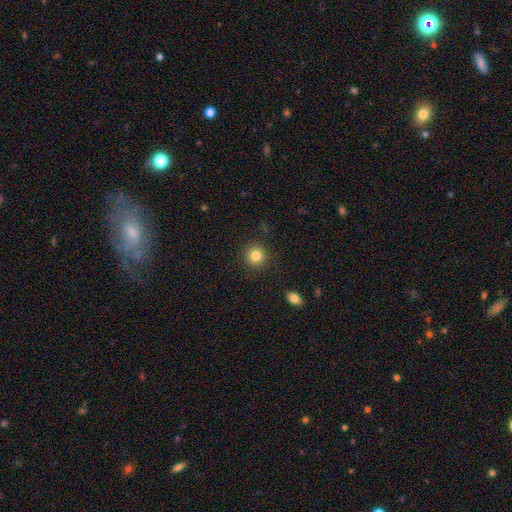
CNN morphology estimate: A smooth galaxy with no disk features (83%) that is round (93%).

Vote fractions:
- Smooth or featured? smooth: 83% / star or artifact: 11% / featured or disk: 6%
- How rounded? round: 93% / in between: 6% / cigar-shaped: 1%
- Merging? none: 90% / minor disturbance: 6% / major disturbance: 2% / merger: 1%